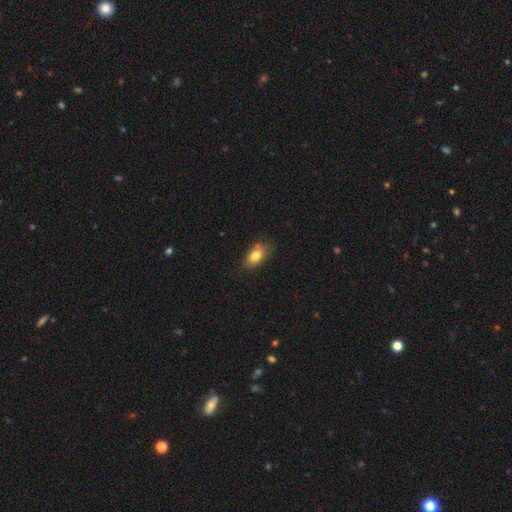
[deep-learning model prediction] Q: Smooth or featured?
A: smooth (79%); runner-up: featured or disk (13%)
Q: How rounded?
A: in between (88%); runner-up: round (8%)
Q: Merging?
A: none (68%); runner-up: minor disturbance (23%)